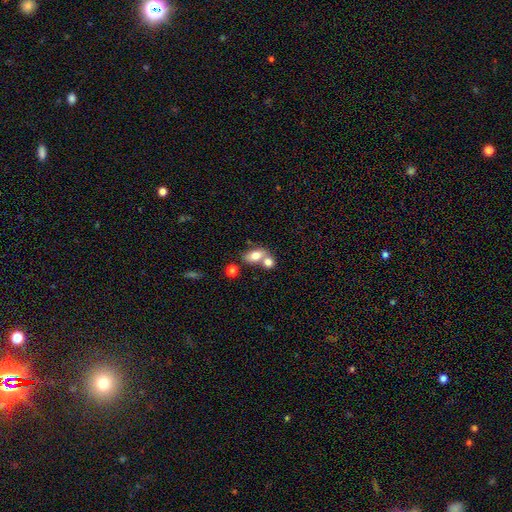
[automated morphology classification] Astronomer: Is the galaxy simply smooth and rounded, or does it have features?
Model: smooth — 76%.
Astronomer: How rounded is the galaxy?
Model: in between — 81%.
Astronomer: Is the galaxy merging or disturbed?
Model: merger — 48% (runner-up: none, 37%).